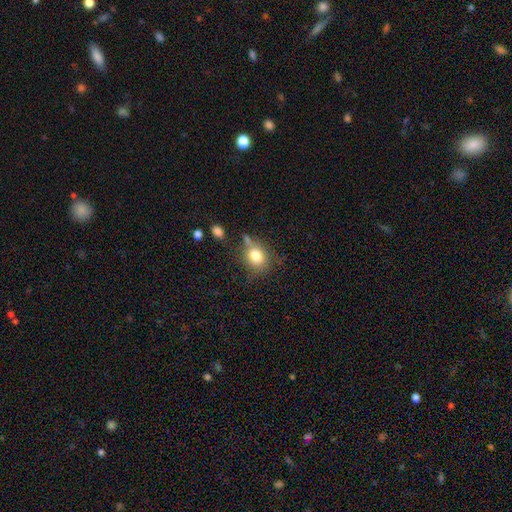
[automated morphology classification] The model was most divided on "how rounded": round: 63%, in between: 36%, cigar-shaped: 1%. More confident: smooth or featured — smooth (79%); merging — none (62%).